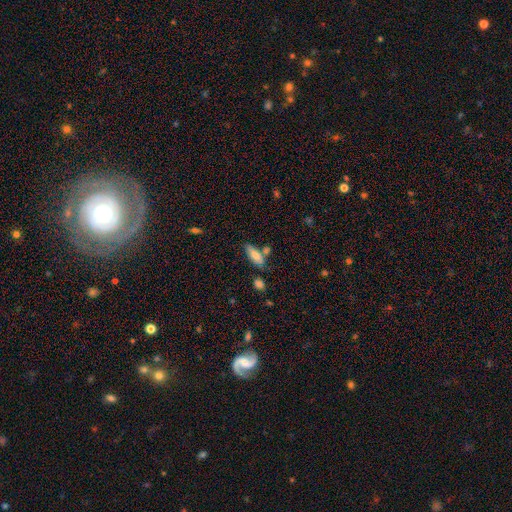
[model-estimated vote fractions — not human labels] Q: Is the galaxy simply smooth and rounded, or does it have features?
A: smooth — 74%.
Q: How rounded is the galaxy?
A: in between — 64%.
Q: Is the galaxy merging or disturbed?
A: none — 62%.